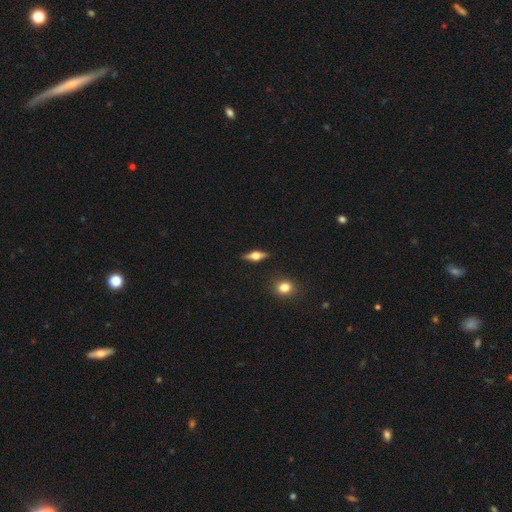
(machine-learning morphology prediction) Smooth or featured?
  - featured or disk: 62% *
  - smooth: 31%
  - star or artifact: 7%
Edge-on disk?
  - yes: 94% *
  - no: 6%
Edge-on bulge?
  - rounded: 95% *
  - boxy: 4%
  - none: 1%
Merging?
  - none: 89% *
  - minor disturbance: 8%
  - major disturbance: 2%
  - merger: 2%